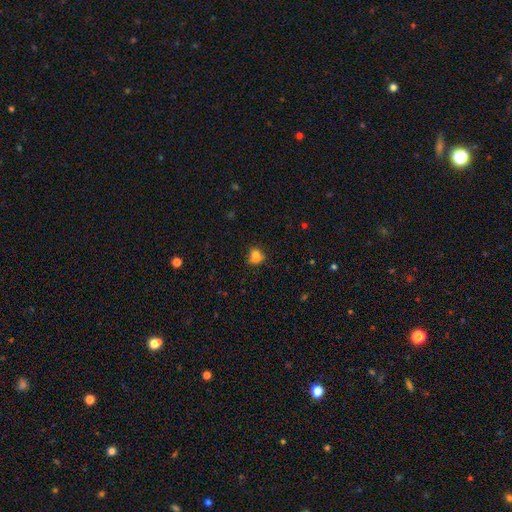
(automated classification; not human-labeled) Overall: smooth (77%). How rounded: round (76%). Merging: none (58%; minor disturbance 25%).